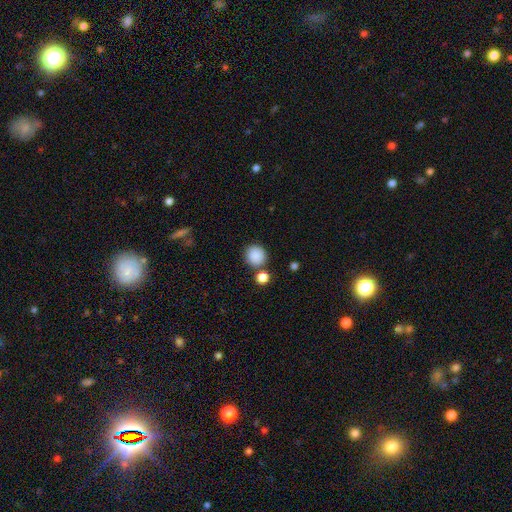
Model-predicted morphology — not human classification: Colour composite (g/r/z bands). It shows a smooth galaxy with no disk features (87%) that is round (88%). Merging: none (75%).